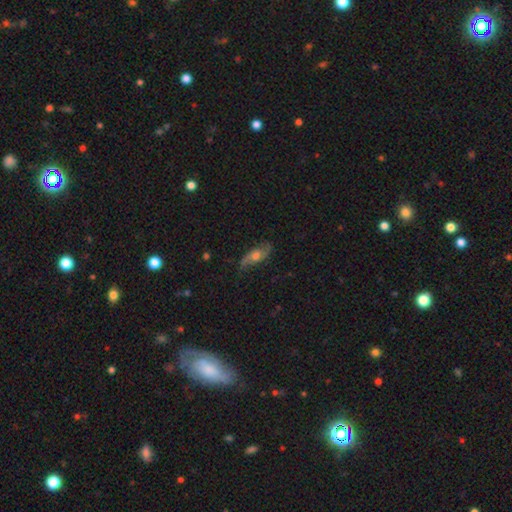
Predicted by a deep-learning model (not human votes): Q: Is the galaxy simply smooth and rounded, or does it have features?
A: featured or disk — 61%.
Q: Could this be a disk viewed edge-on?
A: no — 78%.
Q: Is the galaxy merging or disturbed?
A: none — 70%.